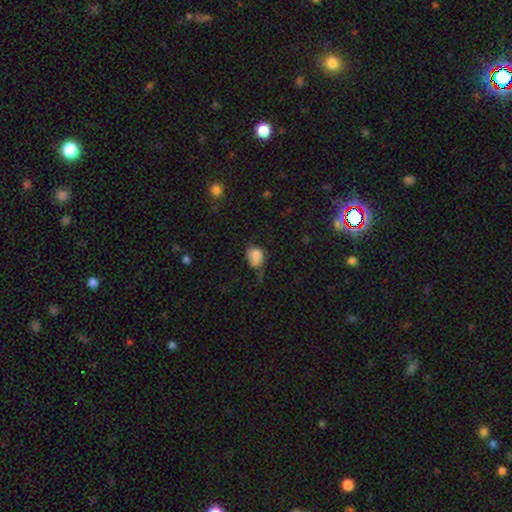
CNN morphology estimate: A smooth galaxy with no disk features (79%) that is in between round and cigar-shaped (62%). Merging: minor disturbance (39%).